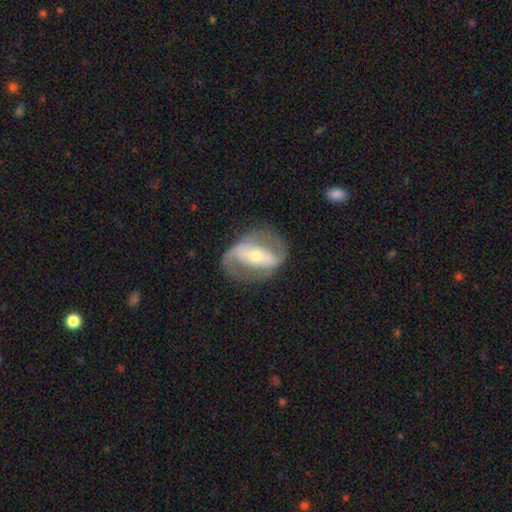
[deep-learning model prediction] Overall: featured or disk (81%). Edge-on disk: no (94%). Bar: strong (57%; weak 24%). Spiral arms: yes (79%). Spiral arm count: 2 (85%). Spiral winding: medium (42%; loose 37%). Bulge size: moderate (49%; small 44%). Merging: none (72%).